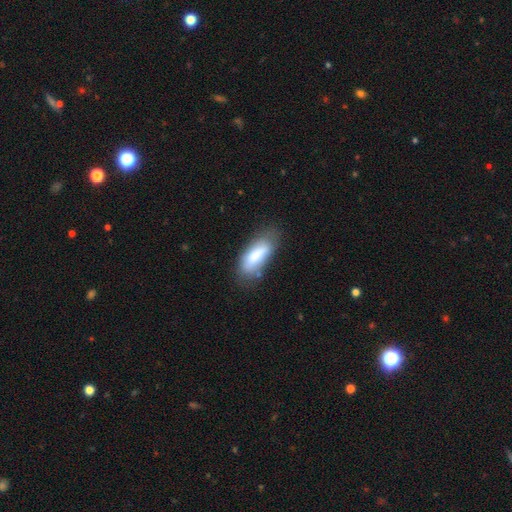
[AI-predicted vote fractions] Smooth or featured: smooth — 79% (featured or disk — 14%)
How rounded: in between — 75% (cigar-shaped — 23%)
Merging: none — 61% (minor disturbance — 26%)